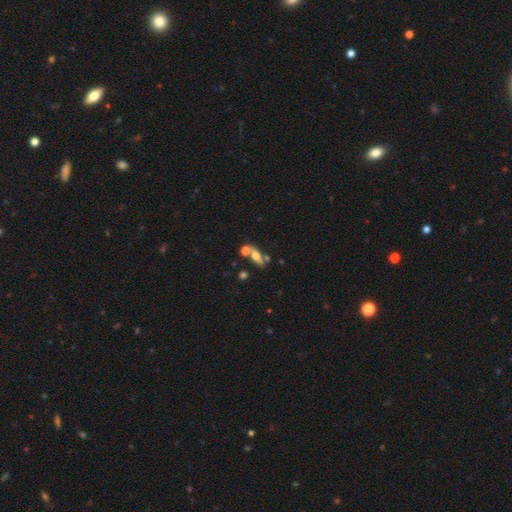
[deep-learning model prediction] Smooth or featured: smooth — 48% (featured or disk — 40%)
Merging: none — 48% (merger — 33%)